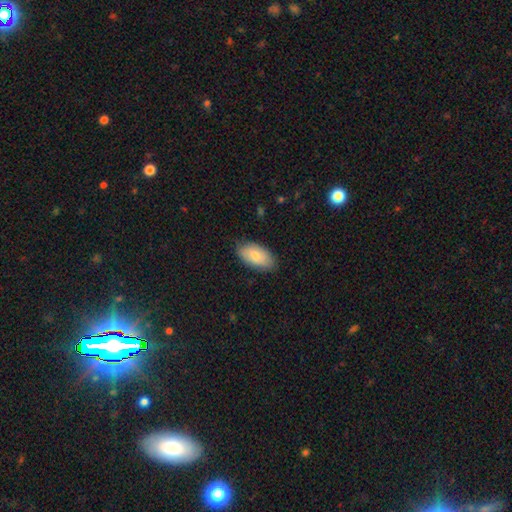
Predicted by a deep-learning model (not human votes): Overall: smooth (79%). How rounded: in between (94%). Merging: none (80%).